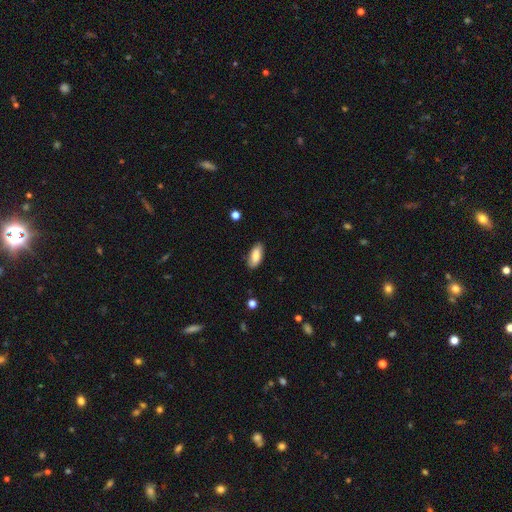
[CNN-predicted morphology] Smooth or featured?
  - smooth: 83% *
  - featured or disk: 11%
  - star or artifact: 6%
How rounded?
  - in between: 86% *
  - cigar-shaped: 12%
  - round: 2%
Merging?
  - none: 85% *
  - minor disturbance: 12%
  - major disturbance: 2%
  - merger: 1%